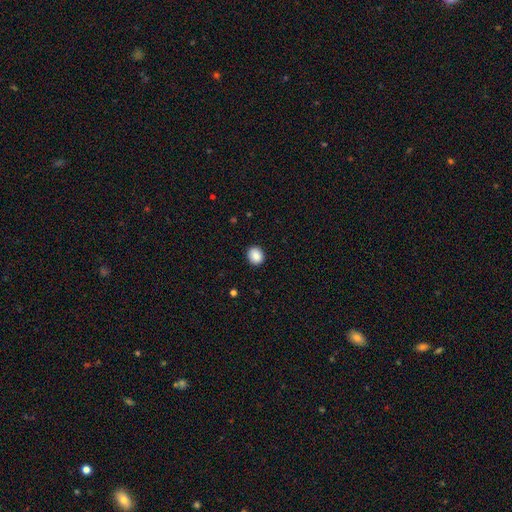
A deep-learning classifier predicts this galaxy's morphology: Overall: smooth (88%). How rounded: round (66%; in between 33%). Merging: none (91%).